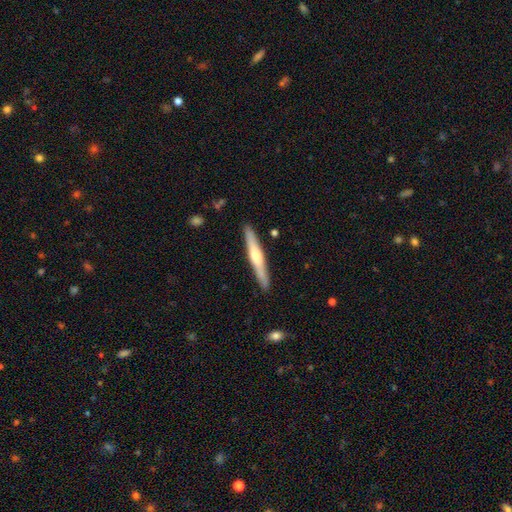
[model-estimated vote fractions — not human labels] Q: Smooth or featured?
A: featured or disk (54%); runner-up: smooth (41%)
Q: Edge-on disk?
A: yes (97%); runner-up: no (3%)
Q: Edge-on bulge?
A: rounded (74%); runner-up: none (16%)
Q: Merging?
A: none (89%); runner-up: minor disturbance (8%)